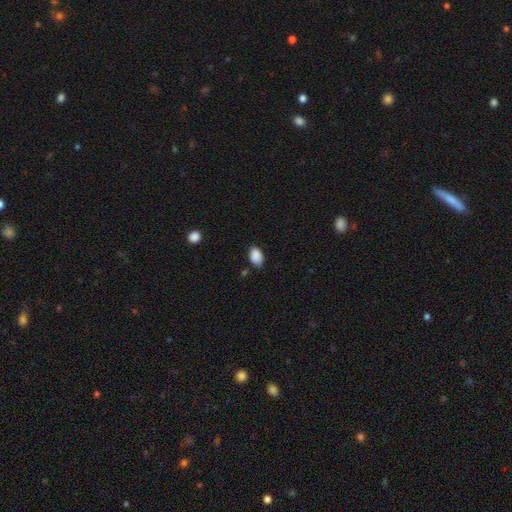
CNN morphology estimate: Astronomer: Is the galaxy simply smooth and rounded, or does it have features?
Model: smooth — 89%.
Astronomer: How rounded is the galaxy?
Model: in between — 89%.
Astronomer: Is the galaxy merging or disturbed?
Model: none — 76%.